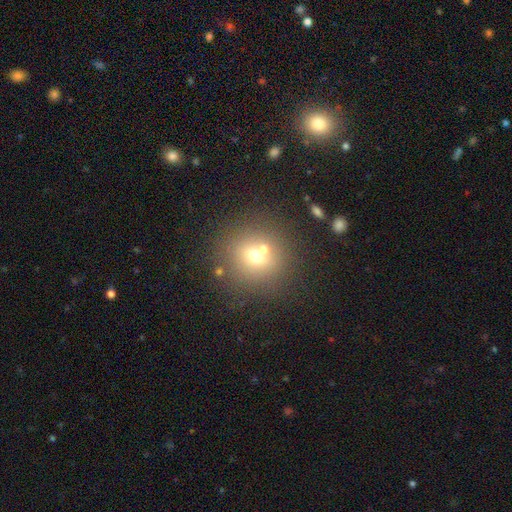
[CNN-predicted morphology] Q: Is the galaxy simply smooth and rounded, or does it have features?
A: smooth — 62%.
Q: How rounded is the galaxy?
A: round — 89%.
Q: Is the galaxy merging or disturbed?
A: none — 64%.